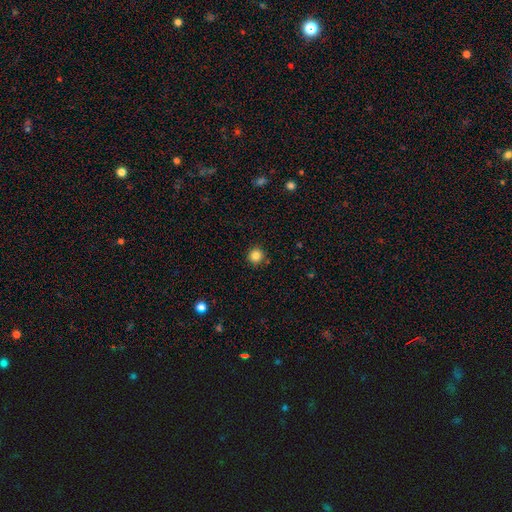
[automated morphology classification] This appears to be a smooth galaxy with no disk features (84%) that is round (94%). Merging: none (90%).